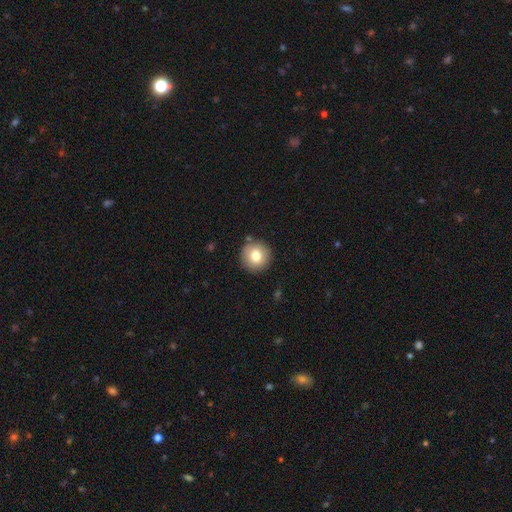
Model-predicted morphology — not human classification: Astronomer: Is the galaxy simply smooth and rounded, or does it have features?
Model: smooth — 80%.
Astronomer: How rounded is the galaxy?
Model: round — 93%.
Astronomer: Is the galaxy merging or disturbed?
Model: none — 88%.